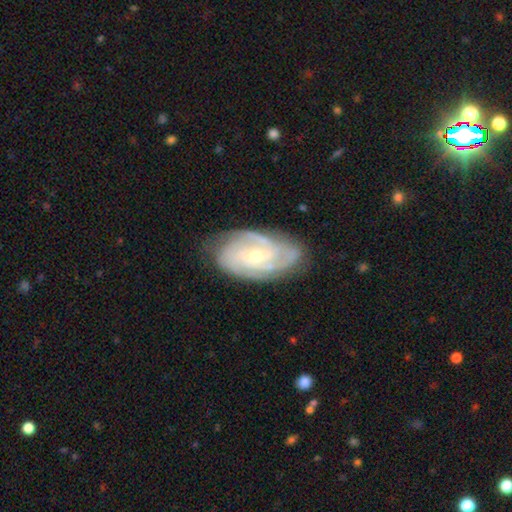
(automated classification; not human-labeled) Q: Smooth or featured?
A: featured or disk (88%); runner-up: smooth (7%)
Q: Edge-on disk?
A: no (96%); runner-up: yes (4%)
Q: Bar?
A: no (56%); runner-up: weak (35%)
Q: Spiral arms?
A: yes (97%); runner-up: no (3%)
Q: Spiral winding?
A: tight (67%); runner-up: medium (28%)
Q: Spiral arm count?
A: 3 (33%); runner-up: can't tell (19%)
Q: Bulge size?
A: small (64%); runner-up: moderate (33%)
Q: Merging?
A: none (77%); runner-up: minor disturbance (17%)